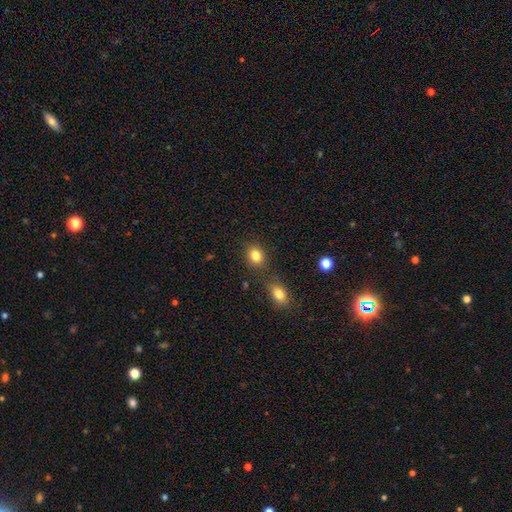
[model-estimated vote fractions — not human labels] Overall: smooth (83%). How rounded: round (52%; in between 46%). Merging: none (75%).